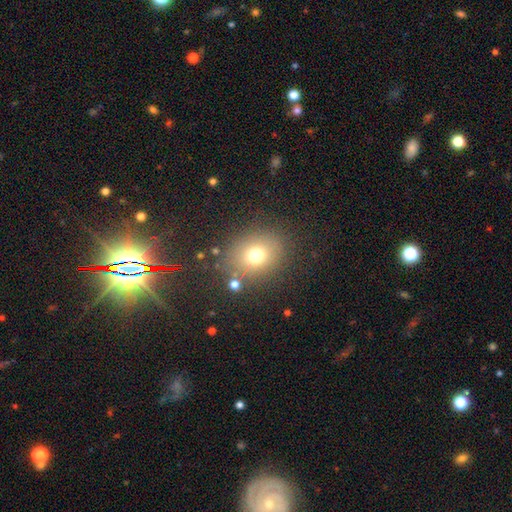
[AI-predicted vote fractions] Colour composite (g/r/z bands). It shows a smooth galaxy with no disk features (71%) that is round (56%). Merging: none (80%).